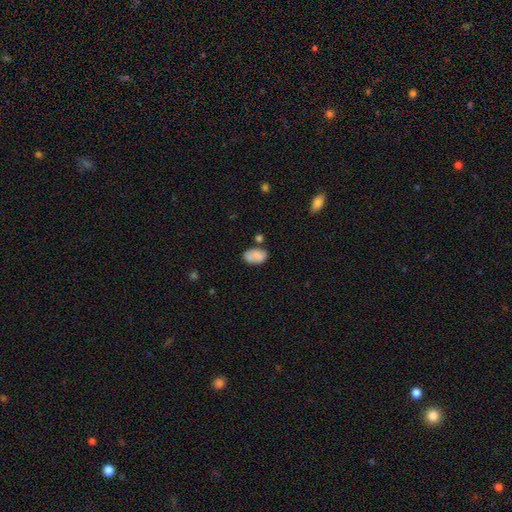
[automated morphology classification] type=smooth (80%); roundness=in between (89%); merging=none (61%).